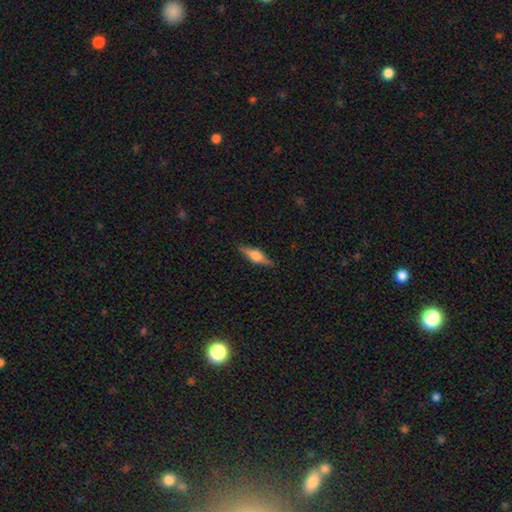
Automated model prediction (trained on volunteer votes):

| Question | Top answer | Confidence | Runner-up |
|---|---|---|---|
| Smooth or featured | featured or disk | 56% | smooth (37%) |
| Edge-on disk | yes | 95% | no (5%) |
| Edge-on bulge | rounded | 85% | boxy (12%) |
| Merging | none | 87% | minor disturbance (10%) |